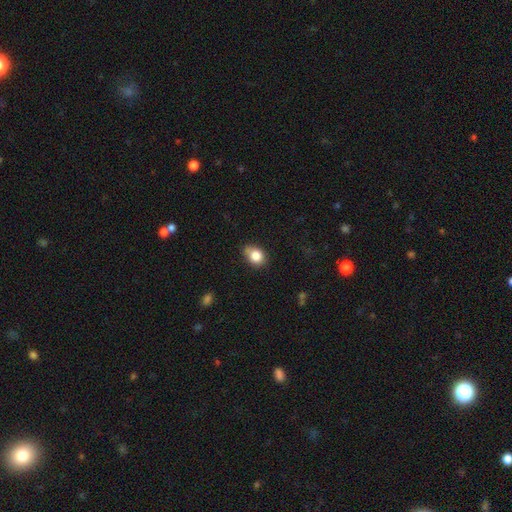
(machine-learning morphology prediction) type=smooth (84%); roundness=round (50%); merging=none (64%).